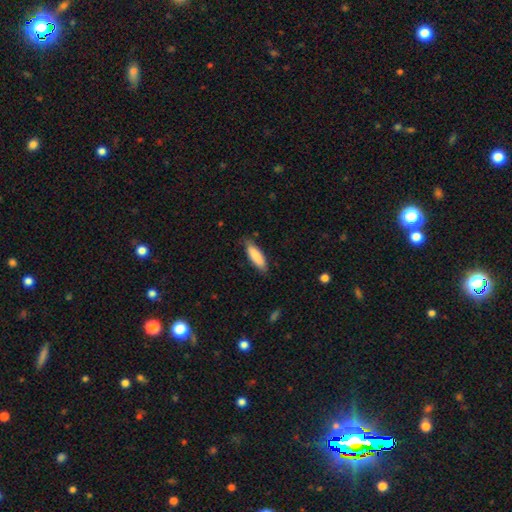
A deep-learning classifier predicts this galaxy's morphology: smooth_or_featured: smooth (p=0.85) [alt: featured or disk p=0.09]
how_rounded: in between (p=0.50) [alt: cigar-shaped p=0.48]
merging: none (p=0.79) [alt: minor disturbance p=0.17]